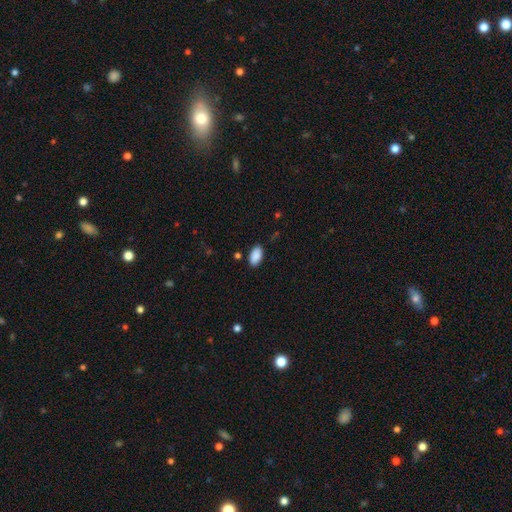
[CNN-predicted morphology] smooth_or_featured: smooth (p=0.89) [alt: star or artifact p=0.07]
how_rounded: in between (p=0.94) [alt: round p=0.03]
merging: none (p=0.85) [alt: minor disturbance p=0.11]